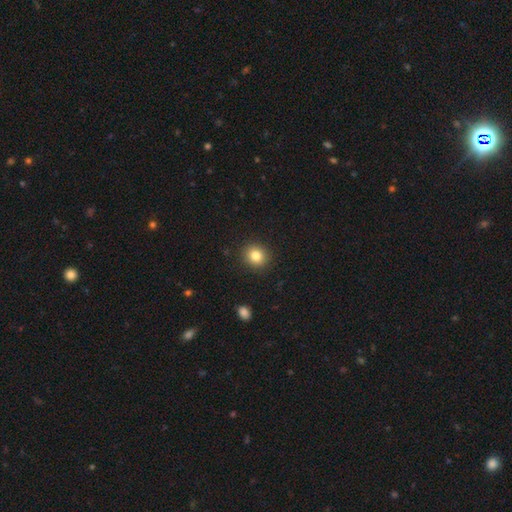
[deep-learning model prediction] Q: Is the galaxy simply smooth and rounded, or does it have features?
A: smooth — 82%.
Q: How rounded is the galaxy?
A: round — 84%.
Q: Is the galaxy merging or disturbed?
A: none — 91%.